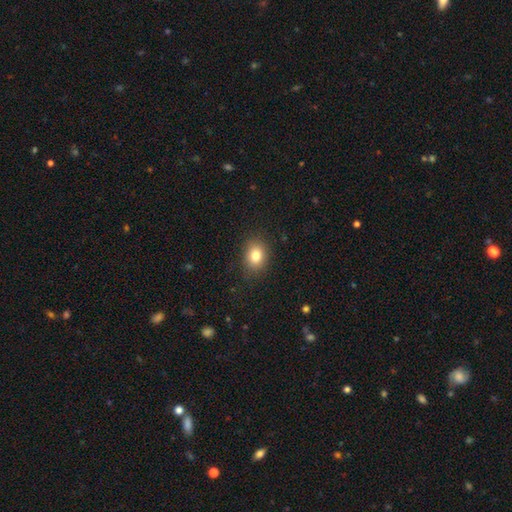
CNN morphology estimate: Q: Smooth or featured?
A: smooth (81%); runner-up: star or artifact (11%)
Q: How rounded?
A: in between (55%); runner-up: round (44%)
Q: Merging?
A: none (85%); runner-up: minor disturbance (11%)